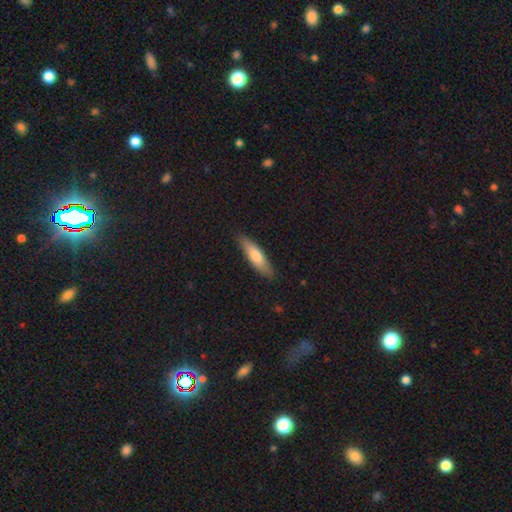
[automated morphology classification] smooth_or_featured: smooth (p=0.69) [alt: featured or disk p=0.25]
how_rounded: cigar-shaped (p=0.70) [alt: in between p=0.29]
merging: none (p=0.88) [alt: minor disturbance p=0.10]